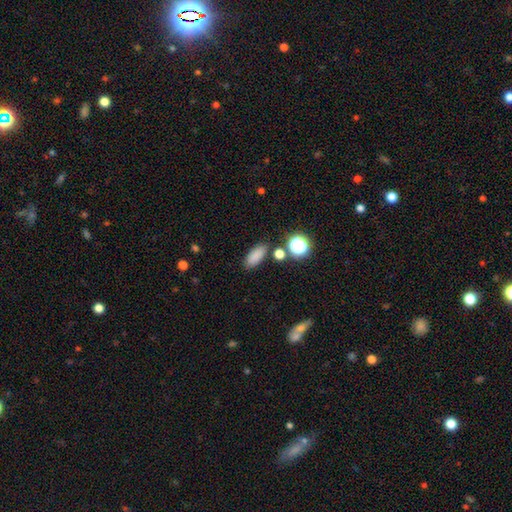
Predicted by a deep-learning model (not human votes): A smooth galaxy with no disk features (82%) that is in between round and cigar-shaped (79%). Merging: none (82%).